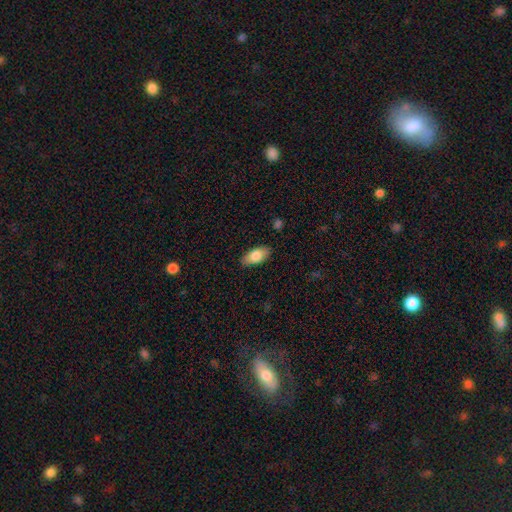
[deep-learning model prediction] Smooth or featured? smooth (81%)
How rounded? in between (91%)
Merging? none (86%)